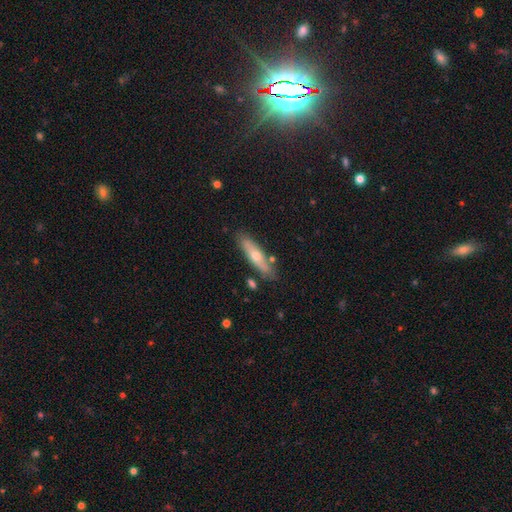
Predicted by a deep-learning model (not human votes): Smooth or featured? smooth (52%)
How rounded? cigar-shaped (73%)
Merging? none (81%)